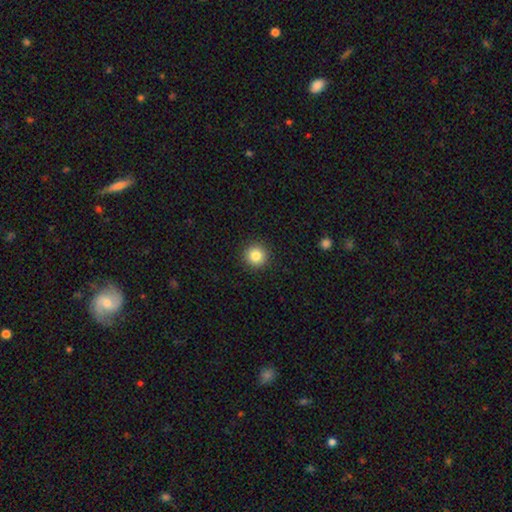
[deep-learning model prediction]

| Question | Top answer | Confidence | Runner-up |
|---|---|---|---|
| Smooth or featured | smooth | 84% | star or artifact (10%) |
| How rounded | round | 95% | in between (4%) |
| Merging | none | 93% | minor disturbance (5%) |